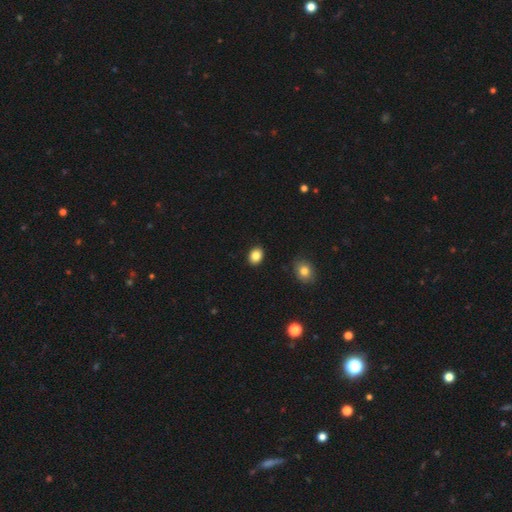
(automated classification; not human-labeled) Smooth or featured?
  - smooth: 86% *
  - star or artifact: 9%
  - featured or disk: 5%
How rounded?
  - in between: 61% *
  - round: 38%
  - cigar-shaped: 1%
Merging?
  - none: 90% *
  - minor disturbance: 7%
  - major disturbance: 2%
  - merger: 1%